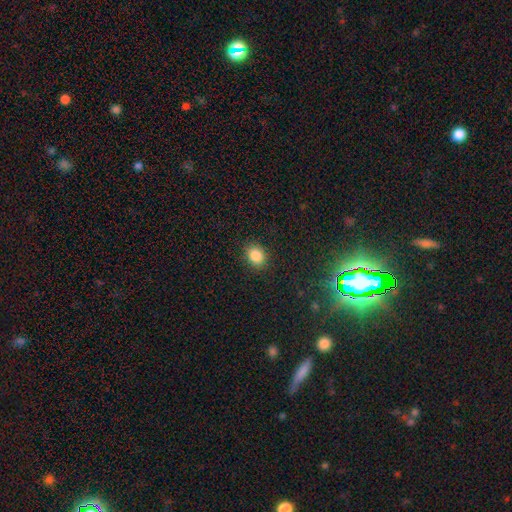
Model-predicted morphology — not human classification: A smooth galaxy with no disk features (85%) that is round (56%).

Vote fractions:
- Smooth or featured? smooth: 85% / star or artifact: 11% / featured or disk: 5%
- How rounded? round: 56% / in between: 43% / cigar-shaped: 1%
- Merging? none: 88% / minor disturbance: 8% / major disturbance: 3% / merger: 1%